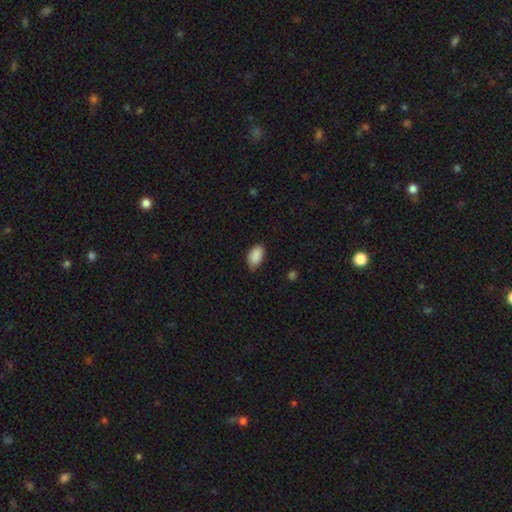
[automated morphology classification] smooth-or-featured: smooth: 90% | star or artifact: 7% | featured or disk: 3%
  how-rounded: in between: 94% | round: 4% | cigar-shaped: 2%
  merging: none: 74% | minor disturbance: 22% | major disturbance: 3% | merger: 1%